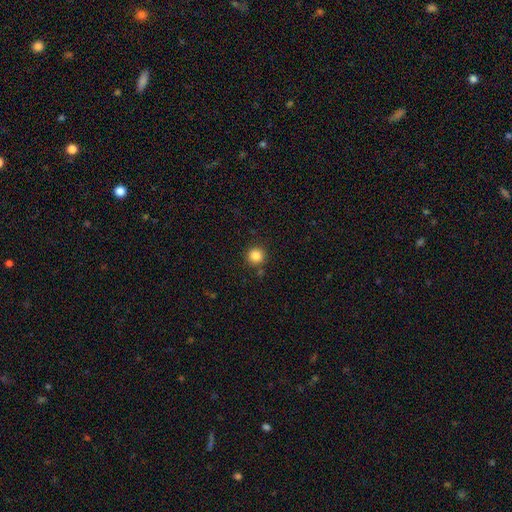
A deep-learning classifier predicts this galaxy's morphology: Smooth or featured?
  - smooth: 84% *
  - star or artifact: 11%
  - featured or disk: 4%
How rounded?
  - round: 95% *
  - in between: 4%
  - cigar-shaped: 1%
Merging?
  - none: 88% *
  - minor disturbance: 7%
  - merger: 3%
  - major disturbance: 2%